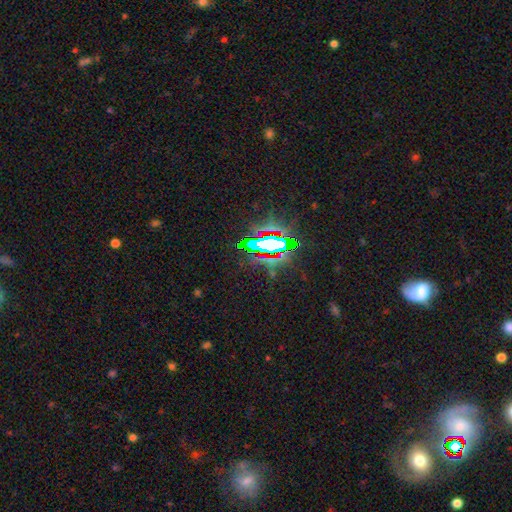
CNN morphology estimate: This is likely a star or artifact rather than a galaxy (70%).